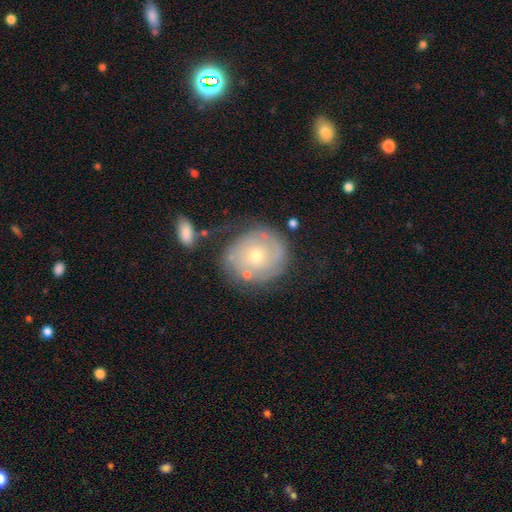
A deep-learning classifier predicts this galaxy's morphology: A featured or disk galaxy (59%) with no bar (85%), spiral arms (70%) and a small central bulge (60%).

Vote fractions:
- Smooth or featured? featured or disk: 59% / smooth: 33% / star or artifact: 8%
- Edge-on disk? no: 97% / yes: 3%
- Bar? no: 85% / weak: 12% / strong: 2%
- Spiral arms? yes: 70% / no: 30%
- Bulge size? small: 60% / moderate: 36% / large: 2% / none: 1% / dominant: 1%
- Merging? none: 66% / minor disturbance: 19% / major disturbance: 9% / merger: 6%